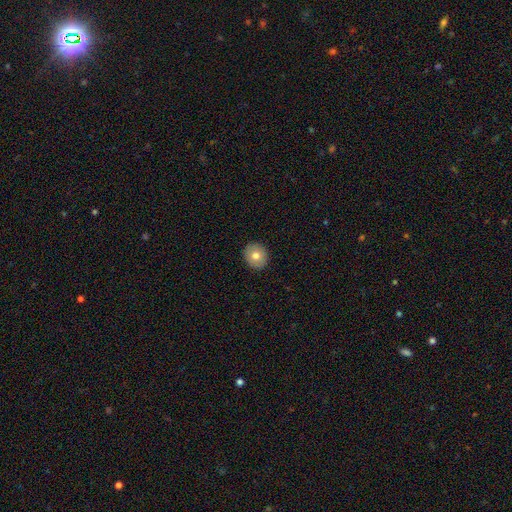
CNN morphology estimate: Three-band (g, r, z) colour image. It shows a smooth galaxy with no disk features (76%) that is round (79%). Merging: none (91%).